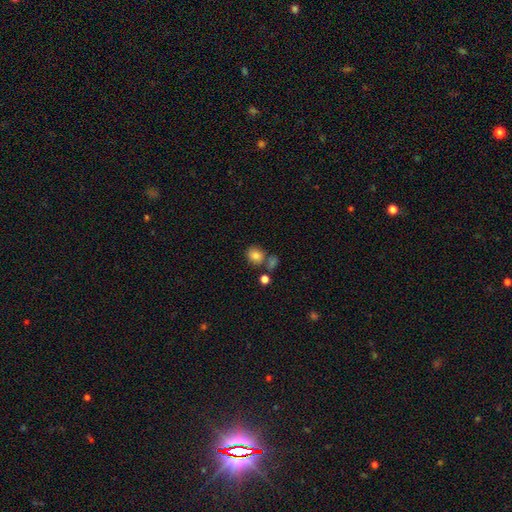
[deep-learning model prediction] smooth-or-featured: smooth: 81% | star or artifact: 11% | featured or disk: 9%
  how-rounded: round: 72% | in between: 27% | cigar-shaped: 1%
  merging: none: 63% | merger: 20% | minor disturbance: 12% | major disturbance: 4%